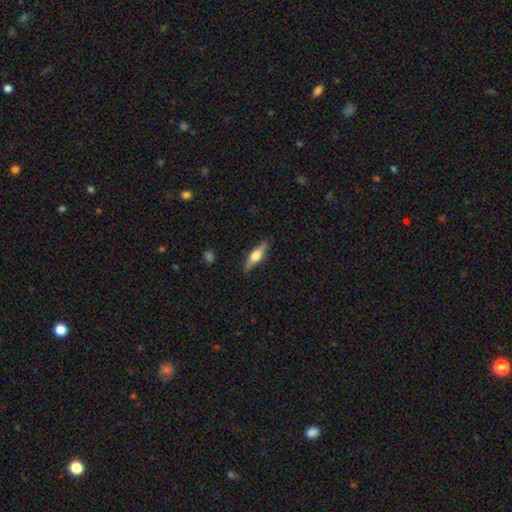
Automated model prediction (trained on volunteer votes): Q: Smooth or featured?
A: featured or disk (51%); runner-up: smooth (43%)
Q: Edge-on disk?
A: yes (93%); runner-up: no (7%)
Q: Merging?
A: none (86%); runner-up: minor disturbance (11%)